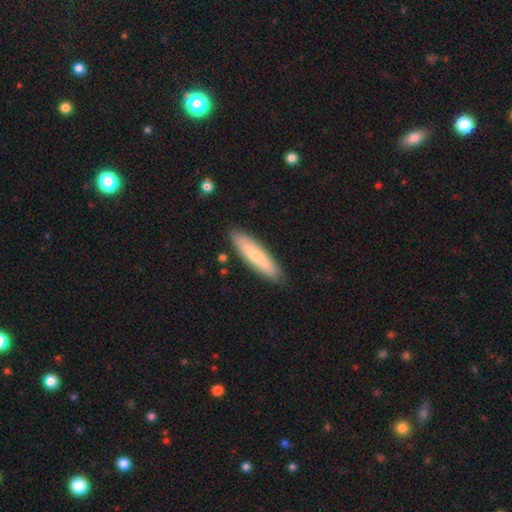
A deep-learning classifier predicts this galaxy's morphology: A smooth galaxy with no disk features (74%) that is cigar-shaped (80%). Merging: none (87%).